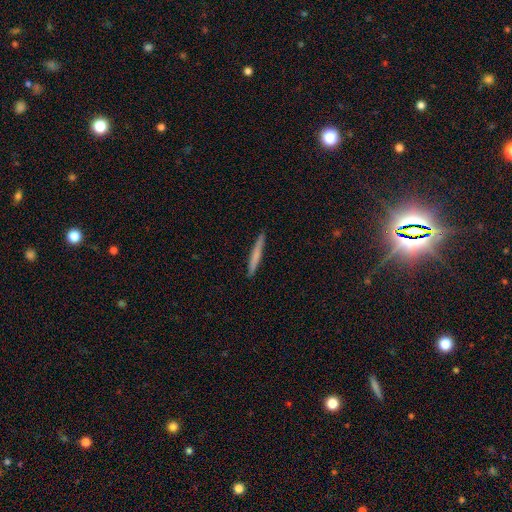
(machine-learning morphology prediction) Smooth or featured: smooth — 63% (featured or disk — 31%)
How rounded: cigar-shaped — 96% (in between — 2%)
Merging: none — 91% (minor disturbance — 7%)